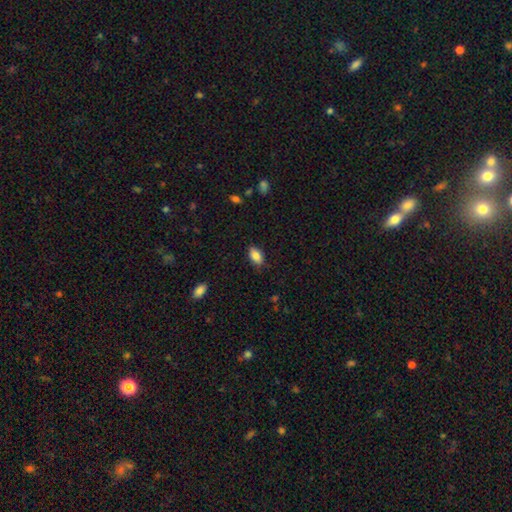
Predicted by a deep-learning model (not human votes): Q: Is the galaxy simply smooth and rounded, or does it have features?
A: smooth — 85%.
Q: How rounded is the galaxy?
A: in between — 90%.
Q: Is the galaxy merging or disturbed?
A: none — 83%.